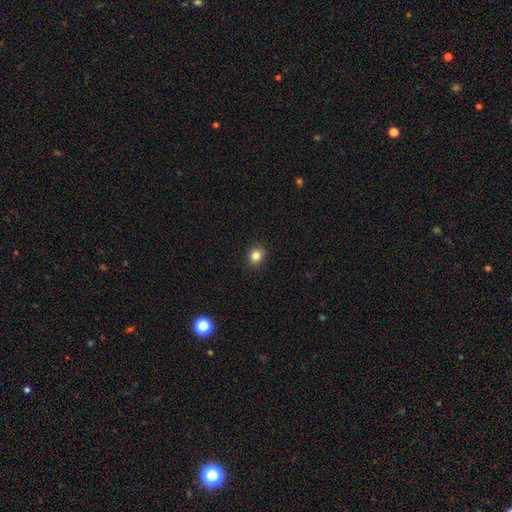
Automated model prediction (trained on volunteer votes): smooth 83%, star or artifact 12%, featured or disk 5%. Down the decision tree: how rounded — round (76%); merging — none (89%).